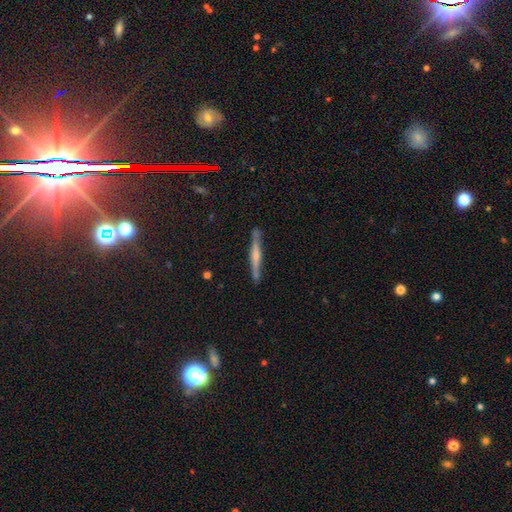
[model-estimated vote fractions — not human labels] Smooth or featured? featured or disk (62%)
Edge-on disk? yes (97%)
Edge-on bulge? rounded (56%)
Merging? none (86%)